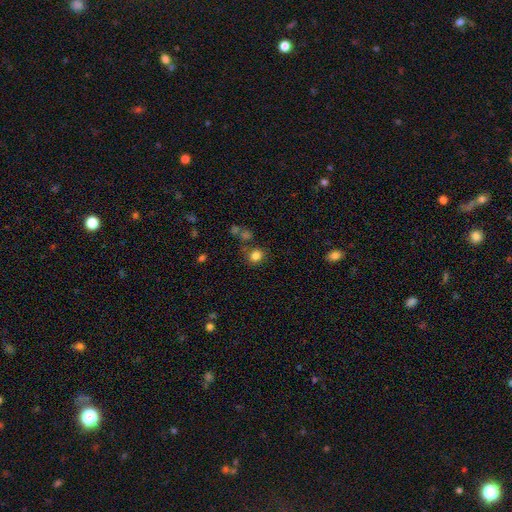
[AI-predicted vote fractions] Smooth or featured: smooth — 82% (star or artifact — 13%)
How rounded: round — 76% (in between — 23%)
Merging: none — 77% (minor disturbance — 12%)